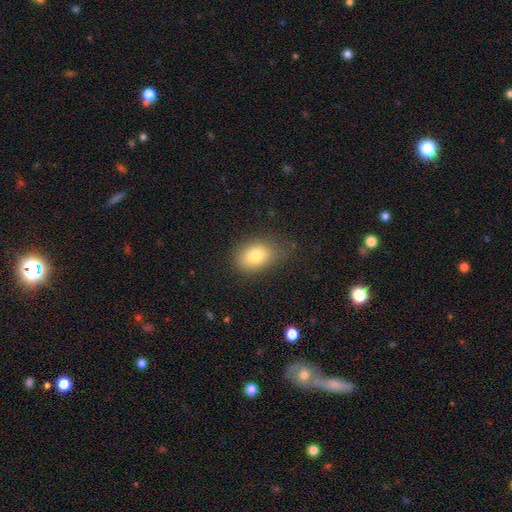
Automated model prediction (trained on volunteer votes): This is likely a smooth galaxy (79%). How rounded: likely in between (75%). Merging: likely none (67%).